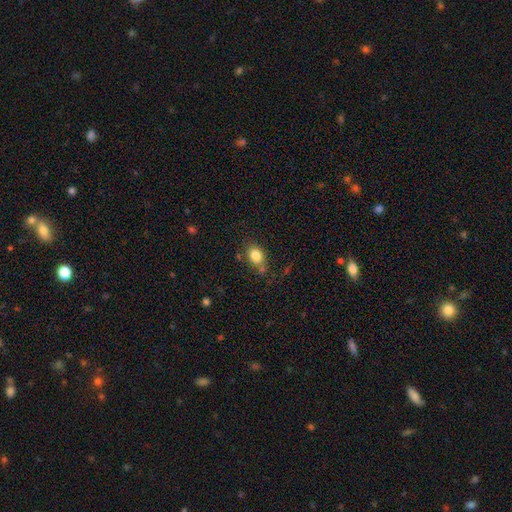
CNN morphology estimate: This is clearly a smooth galaxy (83%). How rounded: likely in between (62%). Merging: likely none (67%).